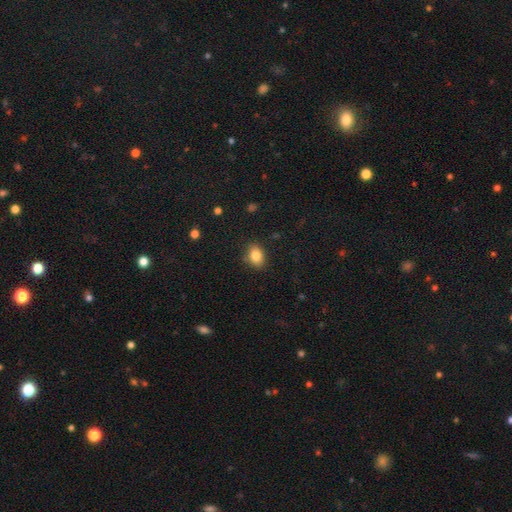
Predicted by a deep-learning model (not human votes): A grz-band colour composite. It shows a smooth galaxy with no disk features (84%) that is in between round and cigar-shaped (70%). Merging: none (85%).